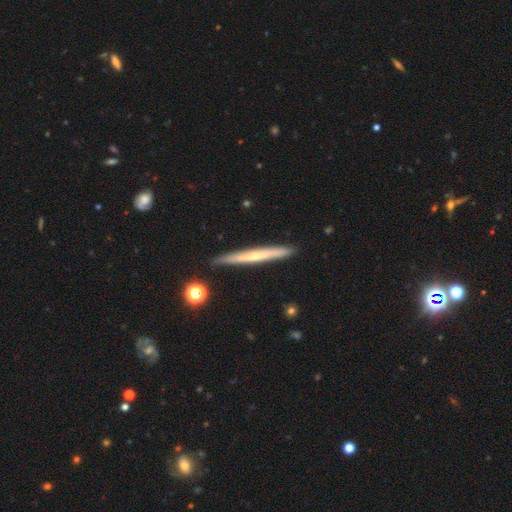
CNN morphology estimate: Smooth or featured? featured or disk (55%)
Edge-on disk? yes (95%)
Edge-on bulge? none (57%)
Merging? none (89%)